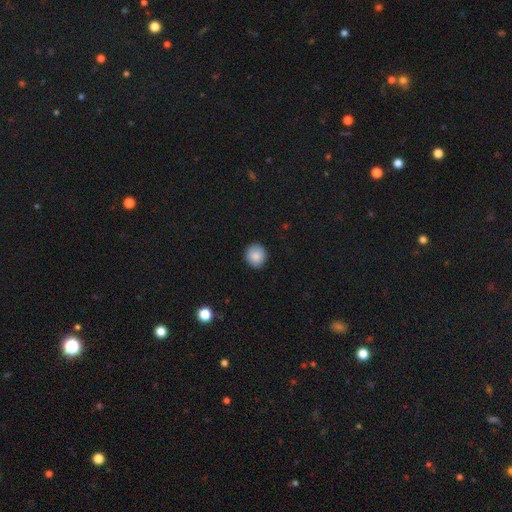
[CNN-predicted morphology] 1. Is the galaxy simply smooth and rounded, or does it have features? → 87% smooth, 8% star or artifact, 5% featured or disk.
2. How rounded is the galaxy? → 89% round, 10% in between, 1% cigar-shaped.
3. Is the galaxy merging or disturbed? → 90% none, 7% minor disturbance, 2% major disturbance, 1% merger.